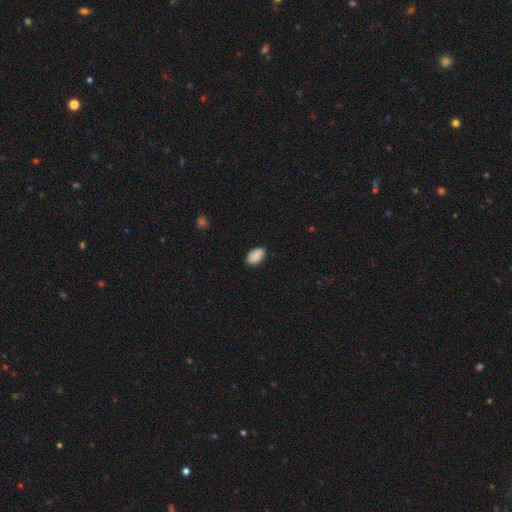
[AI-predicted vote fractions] Overall: smooth (86%). How rounded: in between (92%). Merging: none (84%).